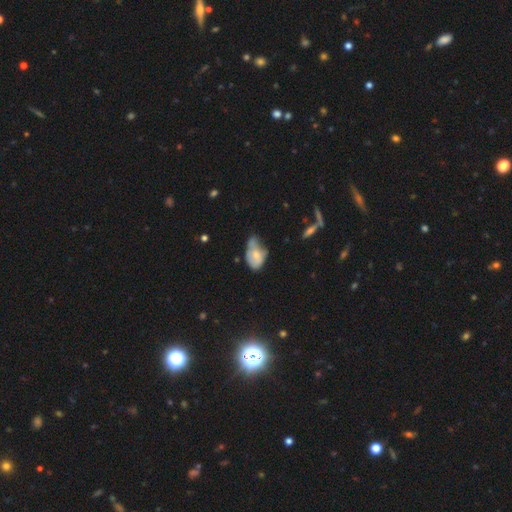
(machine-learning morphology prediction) smooth 61%, featured or disk 31%, star or artifact 8%. Down the decision tree: how rounded — in between (89%); merging — minor disturbance (43%).